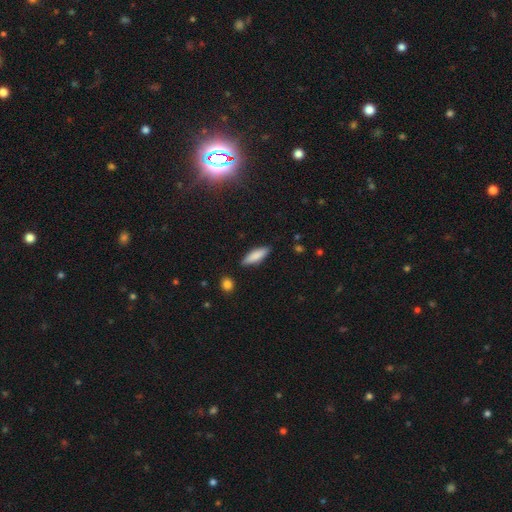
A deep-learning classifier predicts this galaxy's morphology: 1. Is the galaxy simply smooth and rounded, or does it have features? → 81% smooth, 13% featured or disk, 6% star or artifact.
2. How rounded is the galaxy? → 56% cigar-shaped, 42% in between, 2% round.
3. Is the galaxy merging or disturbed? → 86% none, 10% minor disturbance, 2% major disturbance, 2% merger.